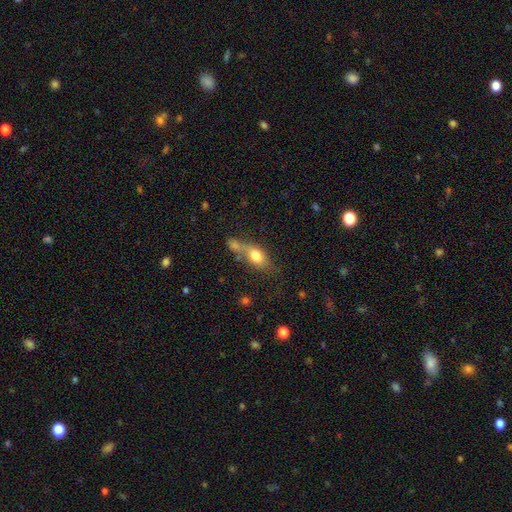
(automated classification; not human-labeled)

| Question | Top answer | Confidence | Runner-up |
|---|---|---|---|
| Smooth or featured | smooth | 73% | featured or disk (19%) |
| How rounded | in between | 70% | round (18%) |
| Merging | merger | 37% | none (32%) |